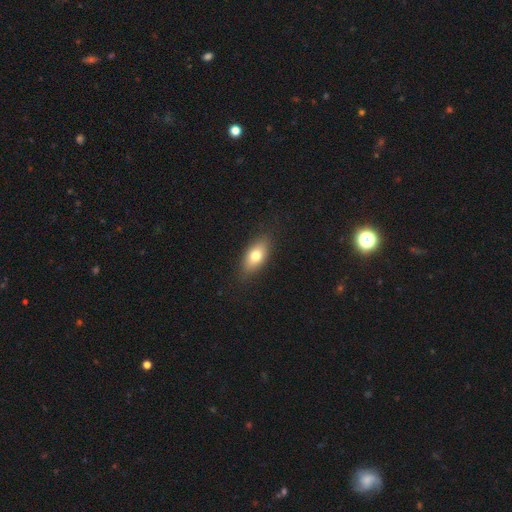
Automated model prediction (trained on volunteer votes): Morphology: type=smooth (74%); roundness=in between (84%); merging=none (86%).